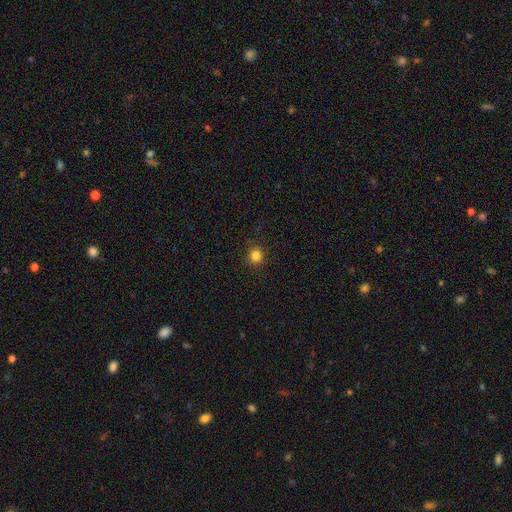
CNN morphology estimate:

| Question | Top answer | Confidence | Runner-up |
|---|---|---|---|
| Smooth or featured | smooth | 83% | star or artifact (13%) |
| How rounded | round | 91% | in between (8%) |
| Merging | none | 89% | minor disturbance (8%) |